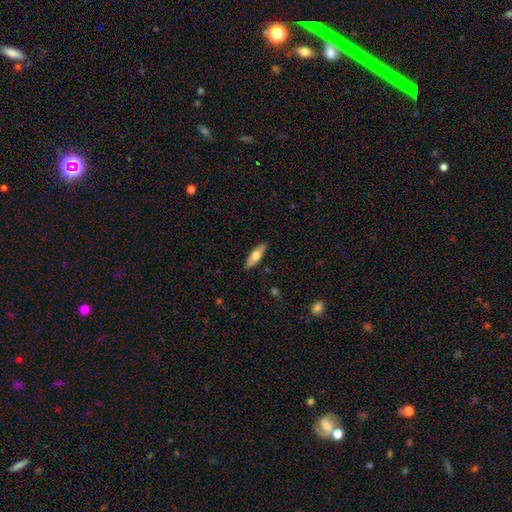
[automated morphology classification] Smooth or featured?
  - smooth: 54% *
  - featured or disk: 41%
  - star or artifact: 6%
How rounded?
  - cigar-shaped: 52% *
  - in between: 46%
  - round: 2%
Merging?
  - none: 89% *
  - minor disturbance: 8%
  - major disturbance: 2%
  - merger: 1%